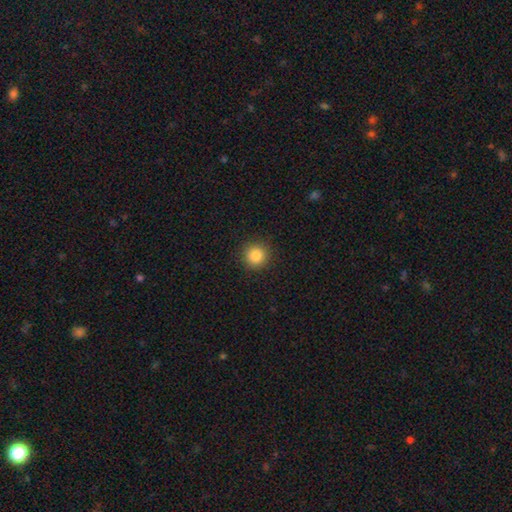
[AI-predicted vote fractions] Smooth or featured: smooth — 84% (star or artifact — 11%)
How rounded: round — 94% (in between — 5%)
Merging: none — 92% (minor disturbance — 6%)